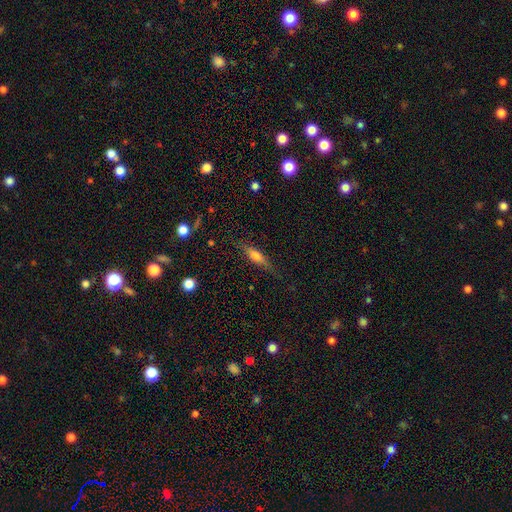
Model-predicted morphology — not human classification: featured or disk 47%, smooth 44%, star or artifact 9%. Down the decision tree: merging — none (80%).